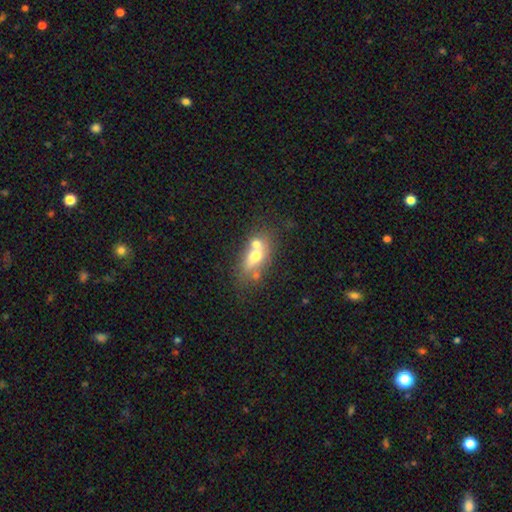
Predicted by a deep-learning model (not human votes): Q: Smooth or featured?
A: smooth (56%); runner-up: featured or disk (34%)
Q: How rounded?
A: in between (74%); runner-up: round (14%)
Q: Merging?
A: merger (43%); runner-up: none (38%)